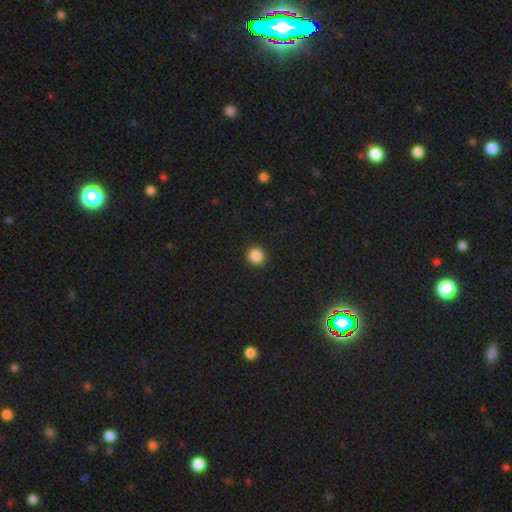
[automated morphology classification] smooth_or_featured: smooth (p=0.87) [alt: star or artifact p=0.10]
how_rounded: round (p=0.90) [alt: in between p=0.09]
merging: none (p=0.93) [alt: minor disturbance p=0.05]